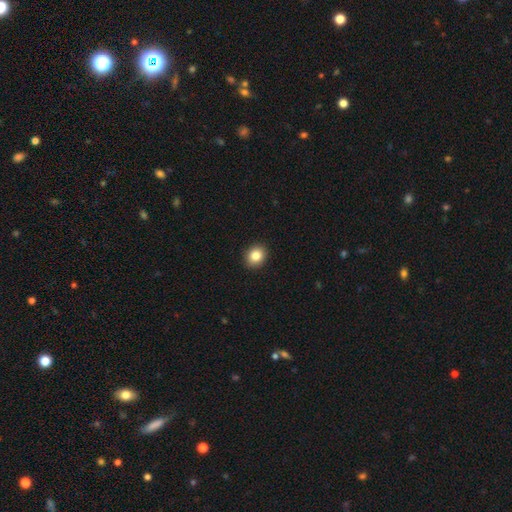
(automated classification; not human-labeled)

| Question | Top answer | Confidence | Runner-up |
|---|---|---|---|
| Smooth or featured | smooth | 84% | star or artifact (9%) |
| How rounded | round | 63% | in between (36%) |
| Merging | none | 91% | minor disturbance (6%) |